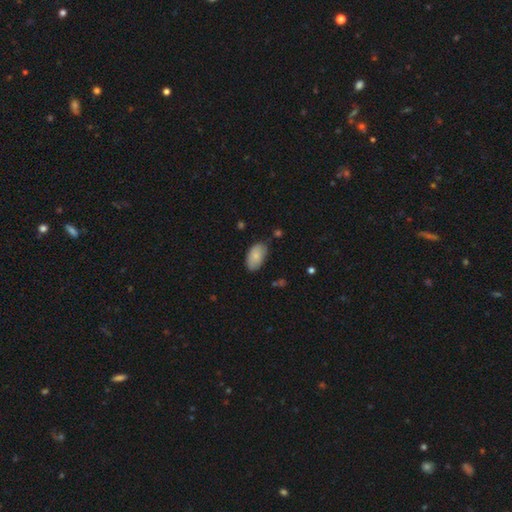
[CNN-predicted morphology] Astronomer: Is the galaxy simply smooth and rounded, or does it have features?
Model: smooth — 83%.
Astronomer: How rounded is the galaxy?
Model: in between — 94%.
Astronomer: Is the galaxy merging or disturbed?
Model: none — 75%.